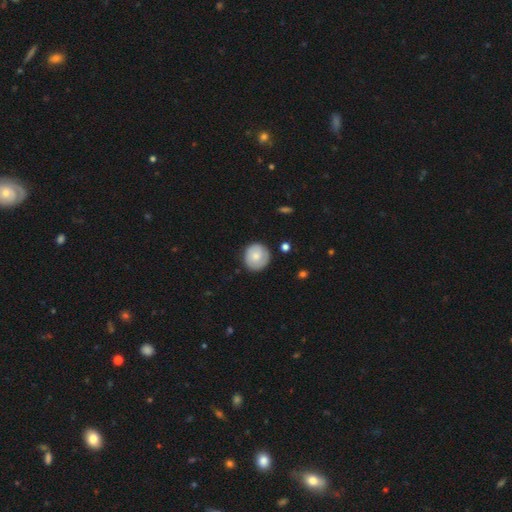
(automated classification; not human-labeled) smooth 71%, featured or disk 23%, star or artifact 7%. Down the decision tree: how rounded — round (88%); merging — none (83%).